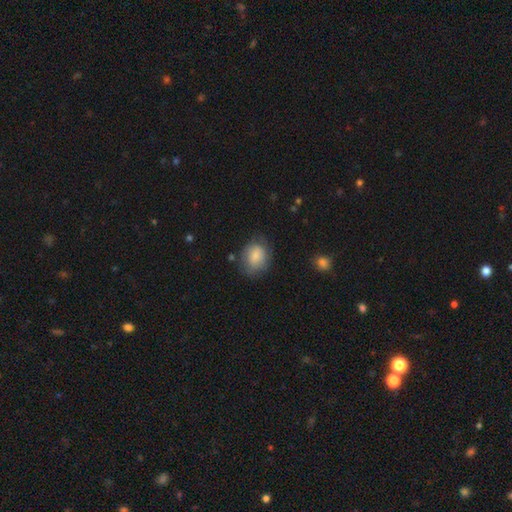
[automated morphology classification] Overall: smooth (80%). How rounded: round (50%; in between 49%). Merging: none (67%).